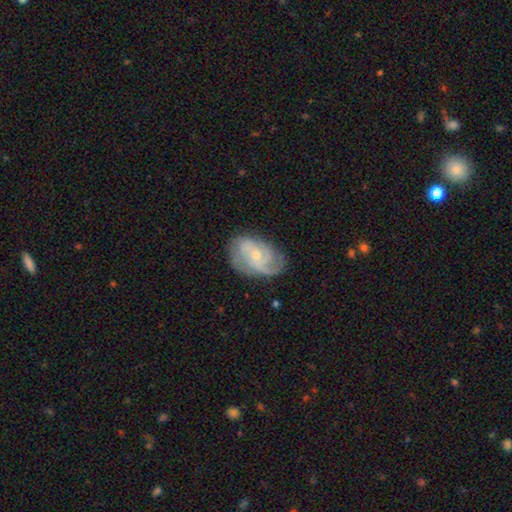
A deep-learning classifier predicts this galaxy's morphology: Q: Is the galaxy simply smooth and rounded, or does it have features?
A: featured or disk — 79%.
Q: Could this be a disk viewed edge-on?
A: no — 97%.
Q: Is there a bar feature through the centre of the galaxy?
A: no — 66%.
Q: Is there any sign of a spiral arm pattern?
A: yes — 94%.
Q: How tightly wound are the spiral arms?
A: medium — 44%.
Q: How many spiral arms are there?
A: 2 — 35%.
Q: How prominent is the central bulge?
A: small — 64%.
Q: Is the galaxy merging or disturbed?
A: none — 69%.